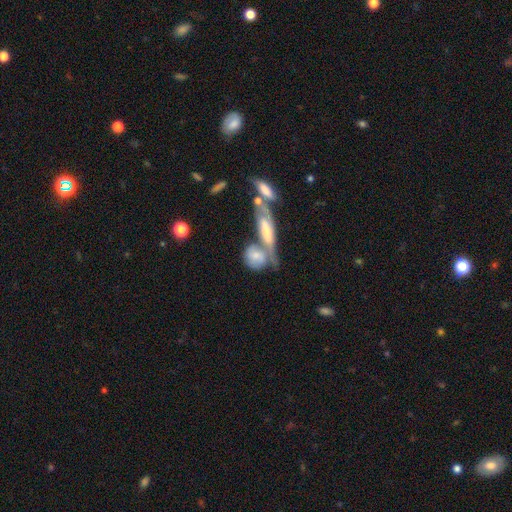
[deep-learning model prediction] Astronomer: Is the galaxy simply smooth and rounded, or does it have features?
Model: smooth — 56% (runner-up: featured or disk, 37%).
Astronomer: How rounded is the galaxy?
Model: in between — 45% (runner-up: round, 38%).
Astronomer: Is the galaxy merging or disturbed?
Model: merger — 55%.